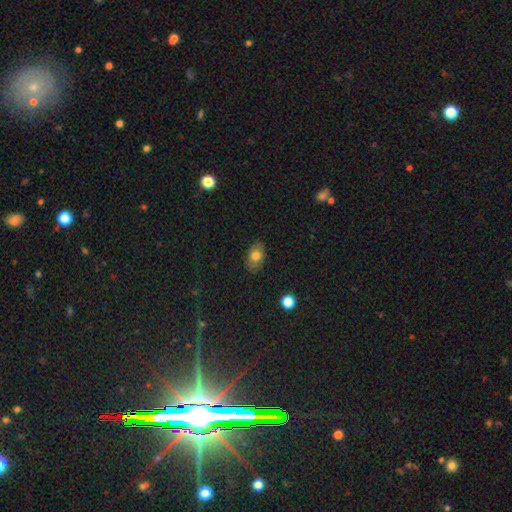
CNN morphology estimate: A smooth galaxy with no disk features (75%) that is in between round and cigar-shaped (83%). Merging: none (82%).